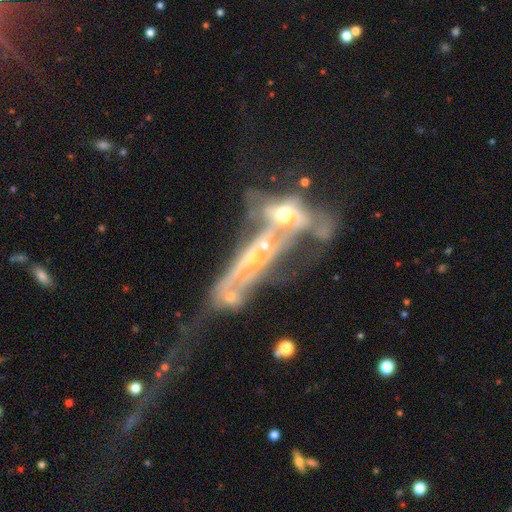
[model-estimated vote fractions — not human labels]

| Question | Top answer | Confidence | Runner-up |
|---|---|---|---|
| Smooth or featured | featured or disk | 74% | smooth (13%) |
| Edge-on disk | no | 77% | yes (23%) |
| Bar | no | 70% | weak (19%) |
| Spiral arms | yes | 51% | no (49%) |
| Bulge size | moderate | 41% | small (39%) |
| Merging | merger | 71% | major disturbance (17%) |